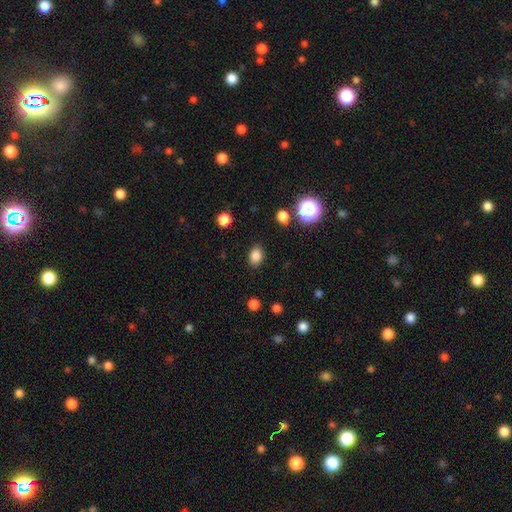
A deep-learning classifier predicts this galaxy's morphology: type=smooth (83%); roundness=in between (67%); merging=none (86%).